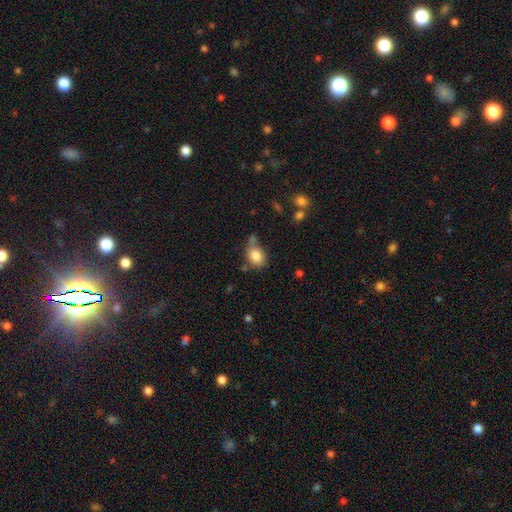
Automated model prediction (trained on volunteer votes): The model was most divided on "how rounded": in between: 53%, round: 46%, cigar-shaped: 1%. More confident: smooth or featured — smooth (83%); merging — none (55%).